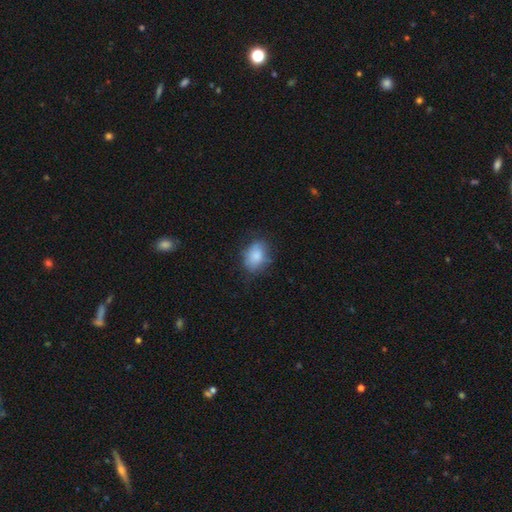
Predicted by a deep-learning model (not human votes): Morphology: type=smooth (82%); roundness=in between (73%); merging=none (66%).